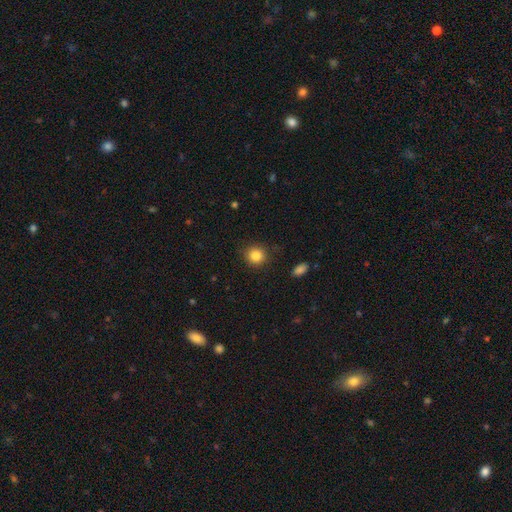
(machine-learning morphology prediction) A smooth galaxy with no disk features (85%) that is round (89%). Merging: none (87%).